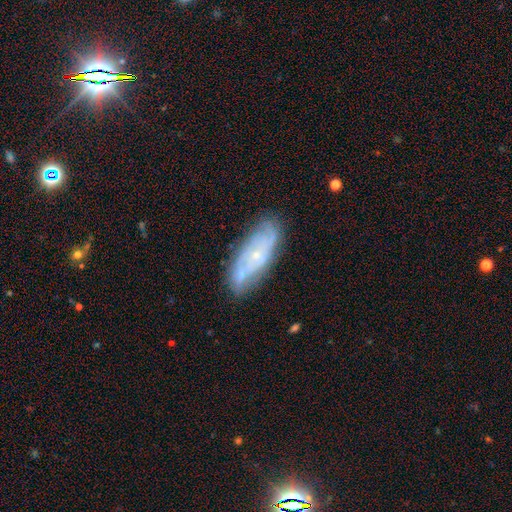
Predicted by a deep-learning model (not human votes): This is likely a featured or disk galaxy (69%). It is clearly not viewed edge-on (87%). Bar: likely no (73%). Spiral arm pattern: clearly yes (82%). Central bulge: likely small (79%). Merging: likely none (72%).